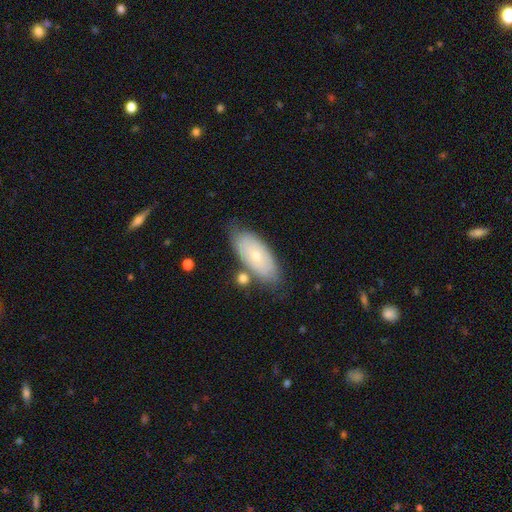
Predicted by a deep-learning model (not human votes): smooth_or_featured: smooth (p=0.59) [alt: featured or disk p=0.34]
how_rounded: in between (p=0.87) [alt: cigar-shaped p=0.10]
merging: none (p=0.73) [alt: minor disturbance p=0.17]